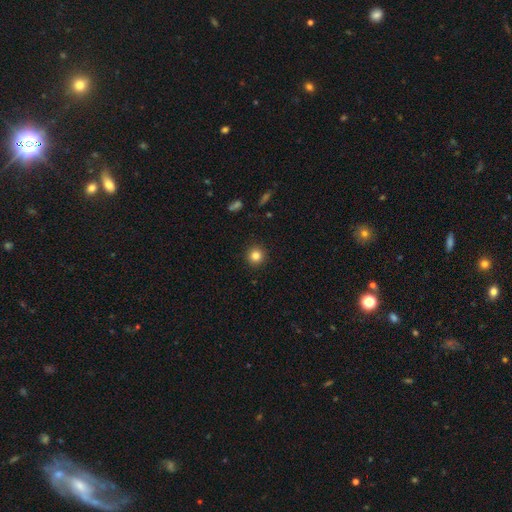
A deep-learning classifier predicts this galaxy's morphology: smooth 83%, star or artifact 12%, featured or disk 5%. Down the decision tree: how rounded — round (94%); merging — none (92%).